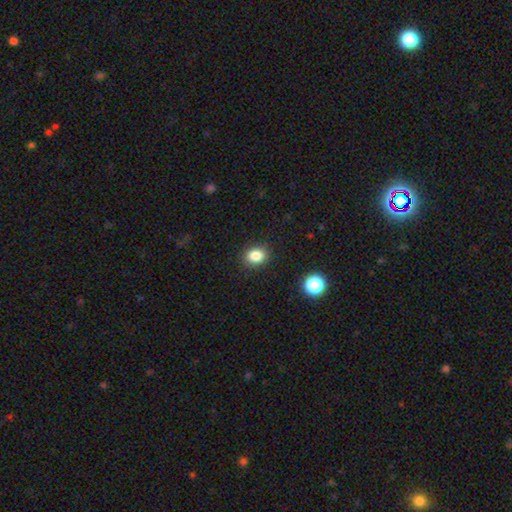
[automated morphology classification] smooth-or-featured: smooth: 85% | star or artifact: 11% | featured or disk: 4%
  how-rounded: in between: 51% | round: 48% | cigar-shaped: 1%
  merging: none: 89% | minor disturbance: 8% | major disturbance: 2% | merger: 1%